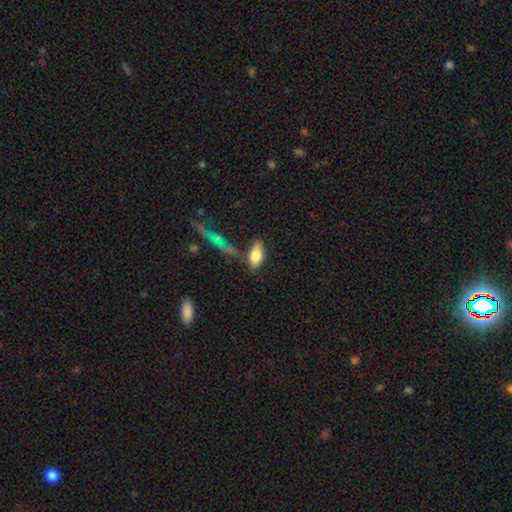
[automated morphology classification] type=smooth (80%); roundness=in between (90%); merging=none (70%).